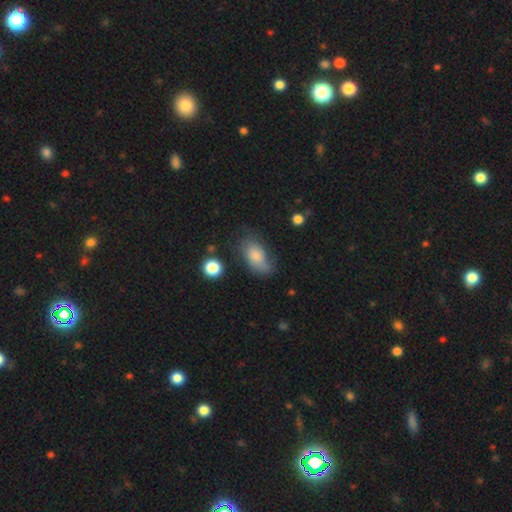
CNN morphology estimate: Overall: smooth (70%). How rounded: in between (90%). Merging: none (55%; minor disturbance 30%).